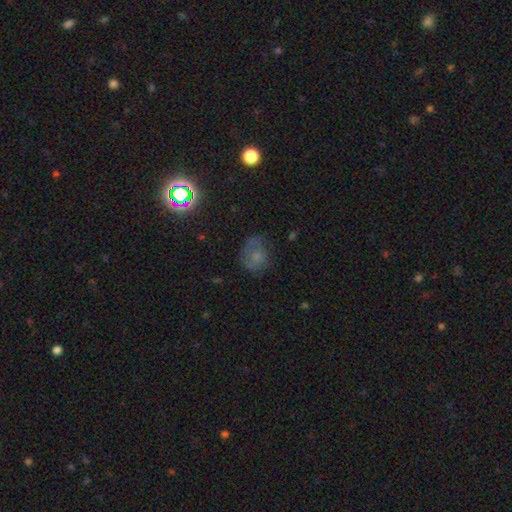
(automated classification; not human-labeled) smooth-or-featured: smooth: 56% | featured or disk: 22% | star or artifact: 22%
  how-rounded: round: 64% | in between: 35% | cigar-shaped: 1%
  merging: none: 54% | minor disturbance: 26% | major disturbance: 17% | merger: 3%